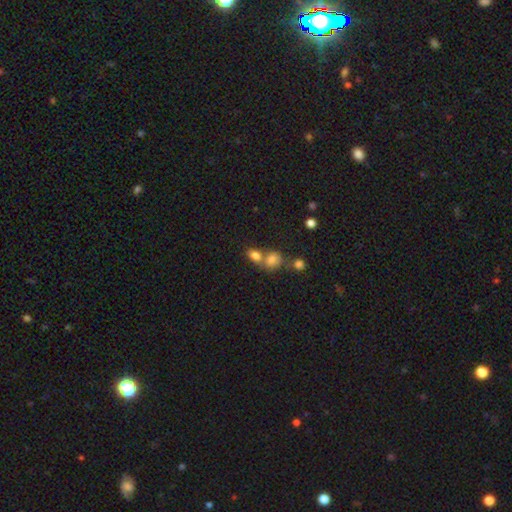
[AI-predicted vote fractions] Smooth or featured? Predicted: smooth (p=0.80). How rounded? Predicted: in between (p=0.68). Merging? Predicted: merger (p=0.48).